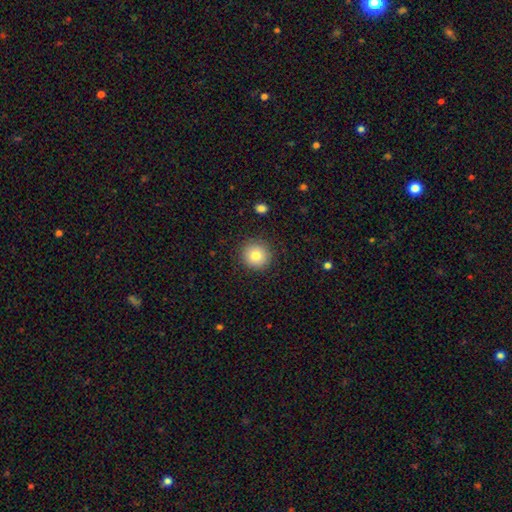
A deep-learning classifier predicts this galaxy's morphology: type=smooth (80%); roundness=round (94%); merging=none (90%).